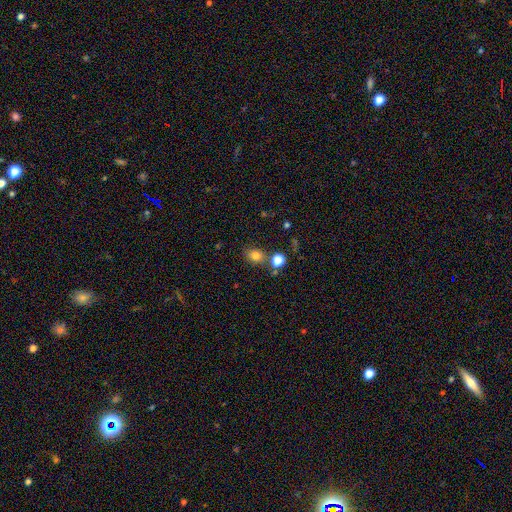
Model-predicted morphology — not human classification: smooth 79%, star or artifact 14%, featured or disk 7%. Down the decision tree: how rounded — round (50%); merging — none (70%).